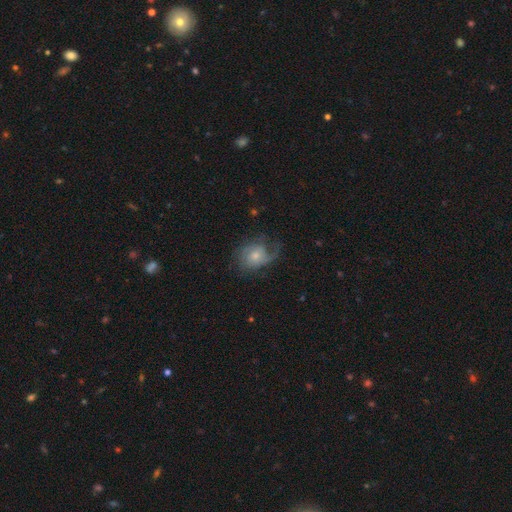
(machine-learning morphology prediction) Smooth or featured? Predicted: featured or disk (p=0.64). Edge-on disk? Predicted: no (p=0.97). Bar? Predicted: no (p=0.70). Spiral arms? Predicted: yes (p=0.87). Spiral winding? Predicted: medium (p=0.42). Spiral arm count? Predicted: 2 (p=0.35). Bulge size? Predicted: moderate (p=0.47). Merging? Predicted: none (p=0.49).